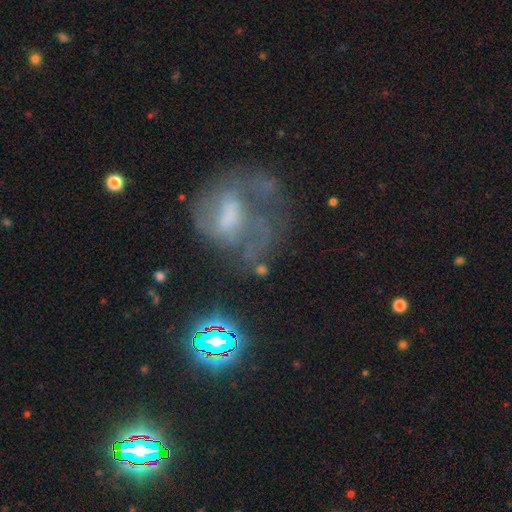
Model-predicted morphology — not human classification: Q: Smooth or featured?
A: featured or disk (56%); runner-up: star or artifact (24%)
Q: Edge-on disk?
A: no (96%); runner-up: yes (4%)
Q: Bar?
A: no (44%); runner-up: weak (39%)
Q: Spiral arms?
A: yes (57%); runner-up: no (43%)
Q: Bulge size?
A: moderate (33%); runner-up: none (32%)
Q: Merging?
A: none (39%); runner-up: major disturbance (36%)